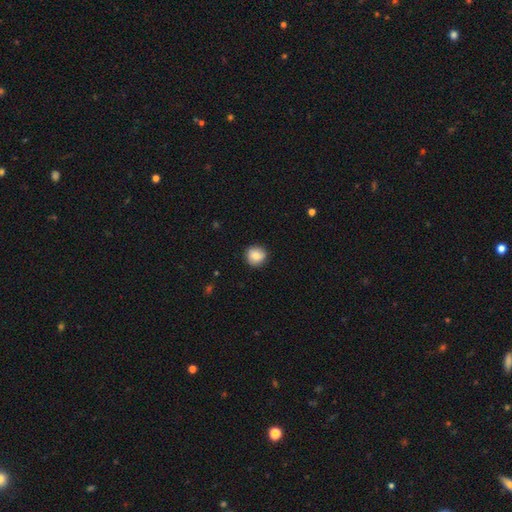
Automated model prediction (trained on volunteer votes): smooth-or-featured: smooth: 82% | featured or disk: 10% | star or artifact: 9%
  how-rounded: round: 91% | in between: 8% | cigar-shaped: 1%
  merging: none: 88% | minor disturbance: 9% | major disturbance: 2% | merger: 1%